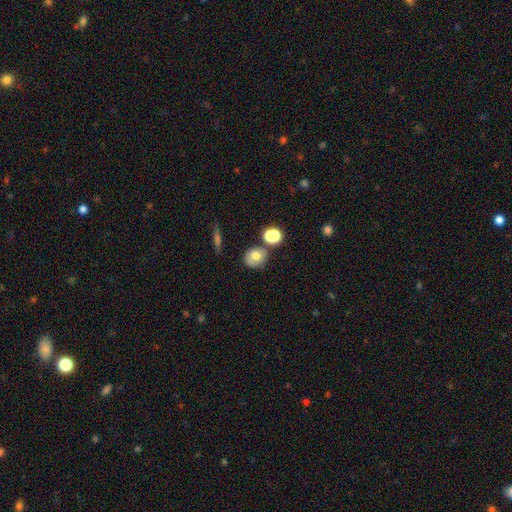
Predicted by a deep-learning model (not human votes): smooth-or-featured: smooth: 69% | featured or disk: 19% | star or artifact: 11%
  how-rounded: round: 63% | in between: 35% | cigar-shaped: 1%
  merging: none: 68% | minor disturbance: 14% | merger: 14% | major disturbance: 4%